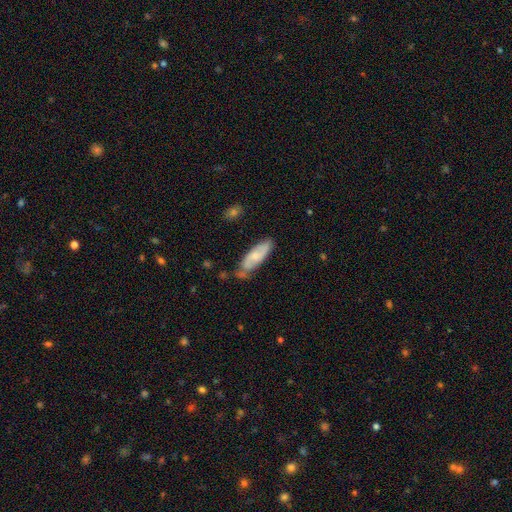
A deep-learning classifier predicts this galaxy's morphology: Smooth or featured?
  - smooth: 53% *
  - featured or disk: 41%
  - star or artifact: 6%
How rounded?
  - in between: 61% *
  - cigar-shaped: 37%
  - round: 2%
Merging?
  - none: 57% *
  - minor disturbance: 28%
  - merger: 8%
  - major disturbance: 7%